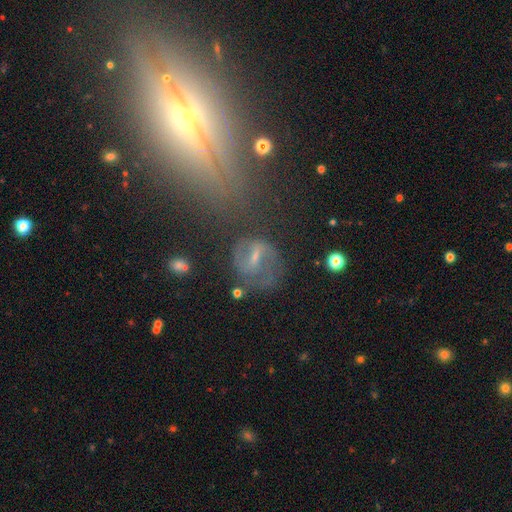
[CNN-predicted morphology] Smooth or featured?
  - featured or disk: 65% *
  - smooth: 22%
  - star or artifact: 13%
Edge-on disk?
  - no: 96% *
  - yes: 4%
Bar?
  - strong: 44% *
  - weak: 41%
  - no: 15%
Spiral arms?
  - yes: 74% *
  - no: 26%
Bulge size?
  - small: 62% *
  - moderate: 24%
  - none: 11%
  - large: 2%
  - dominant: 1%
Merging?
  - none: 53% *
  - minor disturbance: 21%
  - major disturbance: 20%
  - merger: 6%